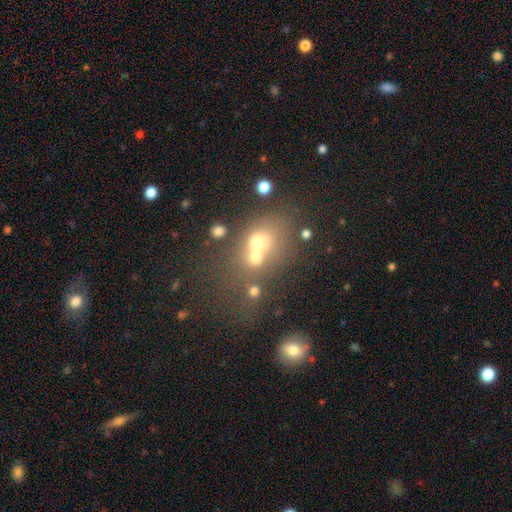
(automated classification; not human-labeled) Q: Smooth or featured?
A: smooth (62%); runner-up: star or artifact (19%)
Q: How rounded?
A: round (63%); runner-up: in between (36%)
Q: Merging?
A: merger (54%); runner-up: none (31%)